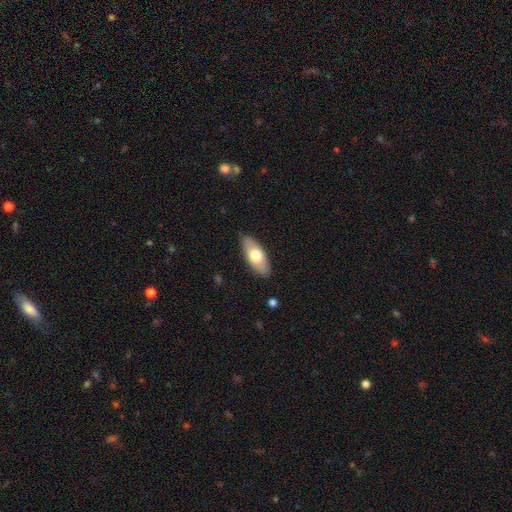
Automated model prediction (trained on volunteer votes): smooth_or_featured: smooth (p=0.65) [alt: featured or disk p=0.29]
how_rounded: in between (p=0.83) [alt: cigar-shaped p=0.14]
merging: none (p=0.86) [alt: minor disturbance p=0.11]